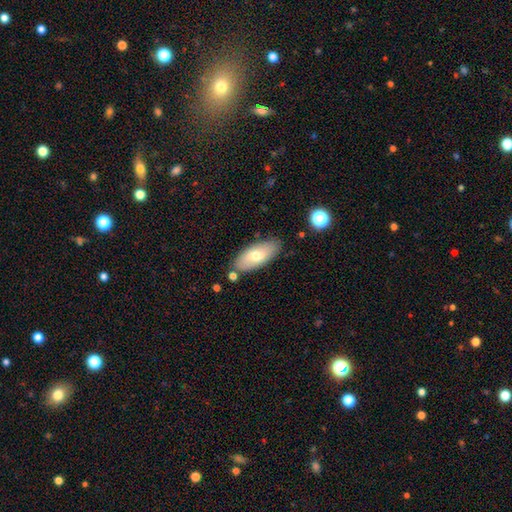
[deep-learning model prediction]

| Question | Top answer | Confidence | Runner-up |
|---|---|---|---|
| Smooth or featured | smooth | 69% | featured or disk (24%) |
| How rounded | in between | 85% | cigar-shaped (12%) |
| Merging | none | 80% | minor disturbance (13%) |